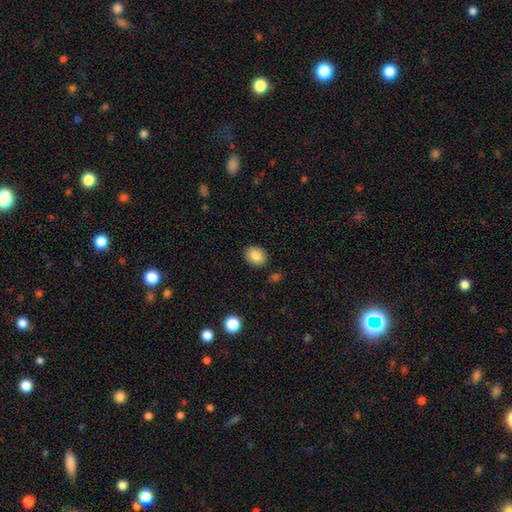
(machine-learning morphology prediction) Smooth or featured?
  - smooth: 86% *
  - star or artifact: 8%
  - featured or disk: 5%
How rounded?
  - in between: 53% *
  - round: 46%
  - cigar-shaped: 1%
Merging?
  - none: 88% *
  - minor disturbance: 8%
  - major disturbance: 2%
  - merger: 2%